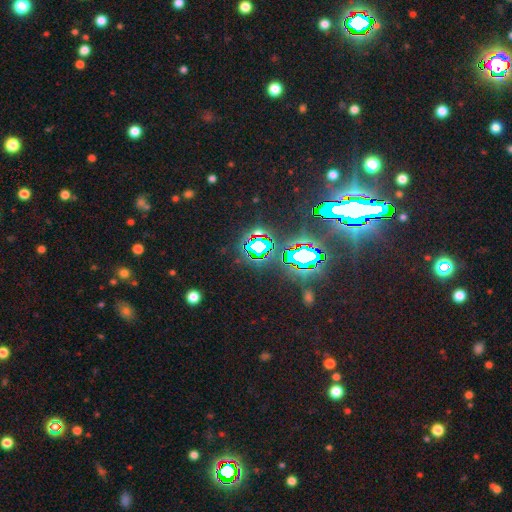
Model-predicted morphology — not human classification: Q: Smooth or featured?
A: star or artifact (83%); runner-up: smooth (10%)